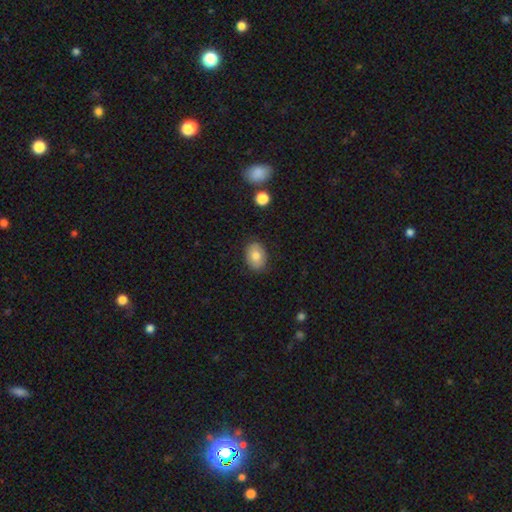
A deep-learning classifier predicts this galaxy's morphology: A smooth galaxy with no disk features (78%) that is in between round and cigar-shaped (74%). Merging: none (84%).